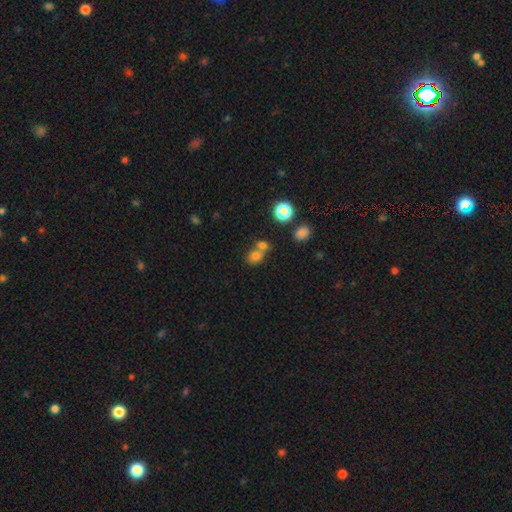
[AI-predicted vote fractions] This appears to be a smooth galaxy with no disk features (73%) that is round (50%). Merging: merger (50%).